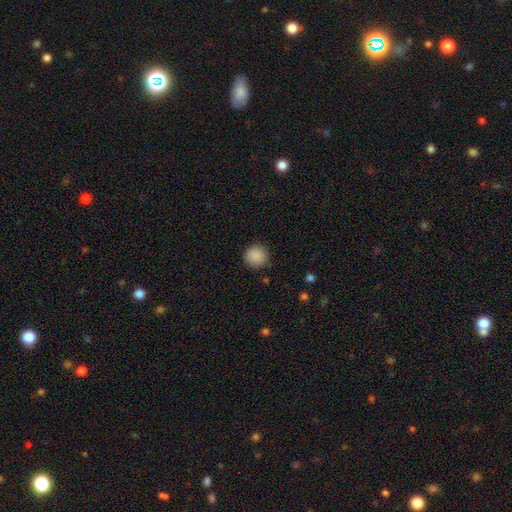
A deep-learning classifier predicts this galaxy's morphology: type=smooth (88%); roundness=round (94%); merging=none (88%).